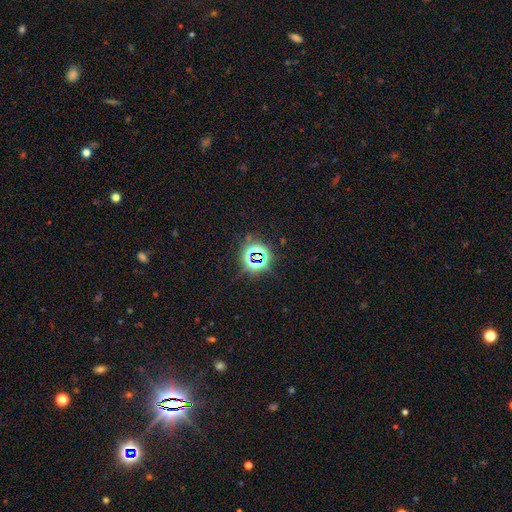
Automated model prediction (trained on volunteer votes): Overall: star or artifact (79%).